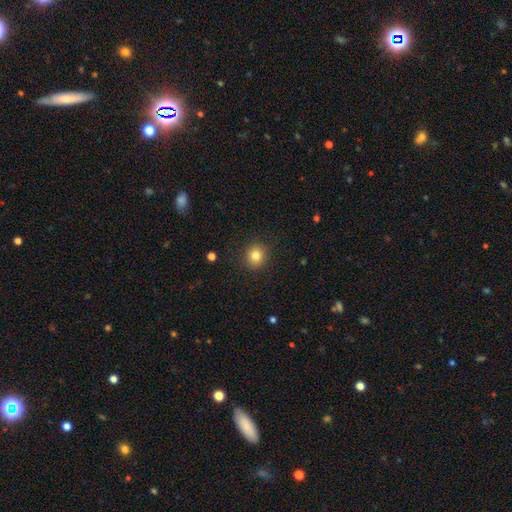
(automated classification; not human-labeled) smooth-or-featured: smooth: 82% | star or artifact: 11% | featured or disk: 7%
  how-rounded: round: 86% | in between: 13% | cigar-shaped: 1%
  merging: none: 89% | minor disturbance: 7% | major disturbance: 2% | merger: 1%